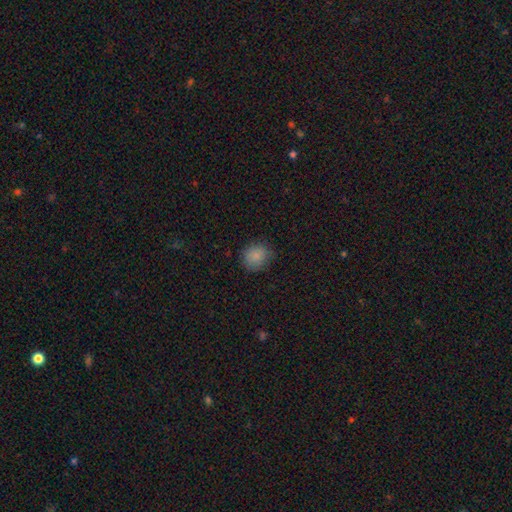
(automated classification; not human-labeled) smooth 84%, star or artifact 11%, featured or disk 5%. Down the decision tree: how rounded — round (74%); merging — none (80%).